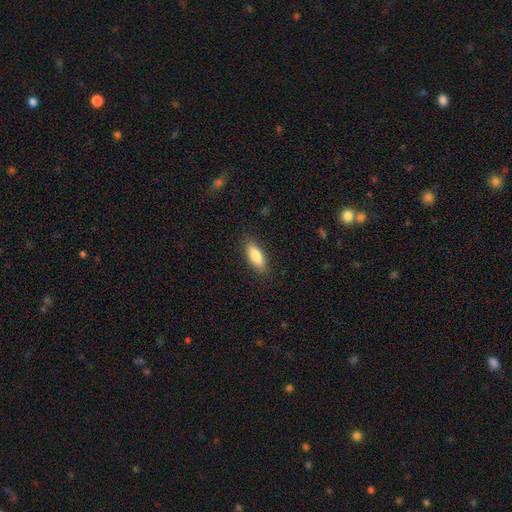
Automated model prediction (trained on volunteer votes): smooth 82%, featured or disk 12%, star or artifact 6%. Down the decision tree: how rounded — in between (68%); merging — none (87%).